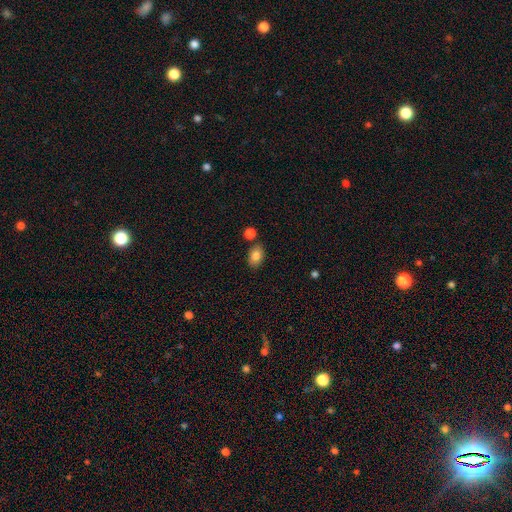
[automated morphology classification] Q: Smooth or featured?
A: smooth (83%); runner-up: star or artifact (8%)
Q: How rounded?
A: in between (86%); runner-up: round (13%)
Q: Merging?
A: none (80%); runner-up: minor disturbance (11%)